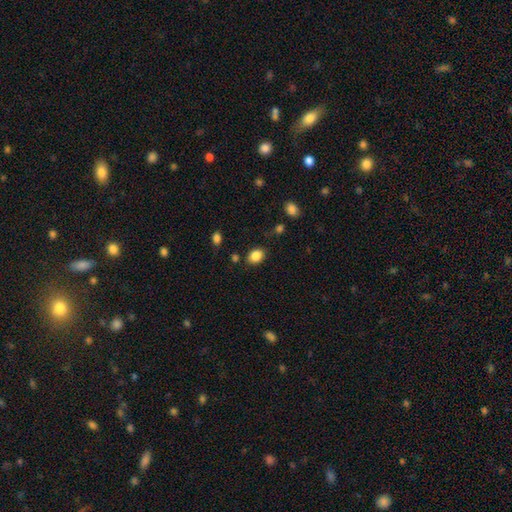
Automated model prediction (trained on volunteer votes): Overall: smooth (86%). How rounded: in between (60%; round 39%). Merging: none (81%).